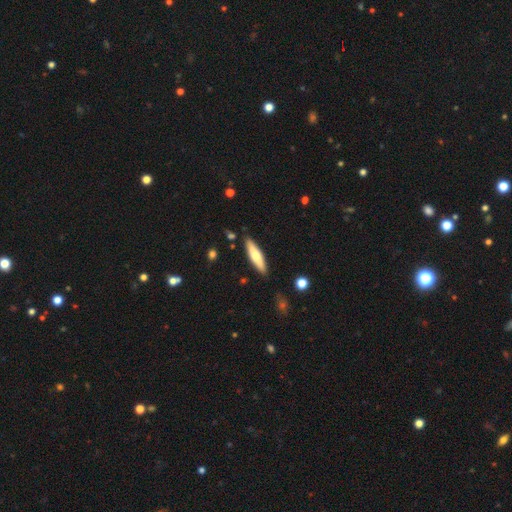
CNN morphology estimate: This is likely a smooth galaxy (61%). How rounded: likely cigar-shaped (72%). Merging: clearly none (87%).